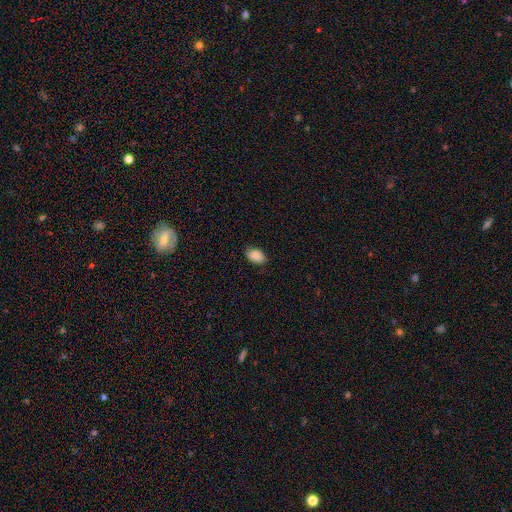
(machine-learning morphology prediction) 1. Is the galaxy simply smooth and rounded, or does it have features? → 88% smooth, 7% star or artifact, 4% featured or disk.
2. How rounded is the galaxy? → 89% in between, 9% round, 1% cigar-shaped.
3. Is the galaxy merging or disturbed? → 82% none, 14% minor disturbance, 3% major disturbance, 1% merger.